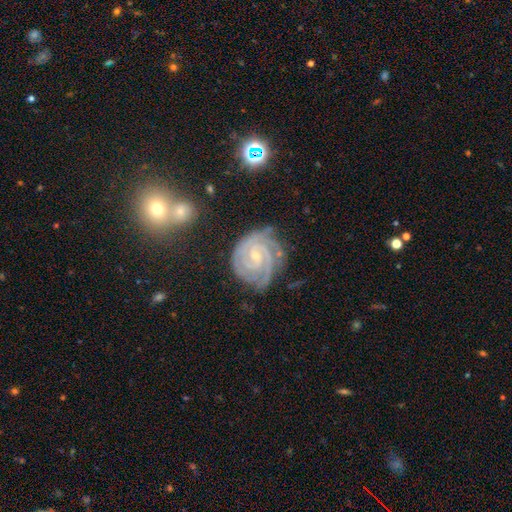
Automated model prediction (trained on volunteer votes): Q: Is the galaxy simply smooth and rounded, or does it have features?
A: featured or disk — 90%.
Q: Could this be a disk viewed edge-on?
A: no — 98%.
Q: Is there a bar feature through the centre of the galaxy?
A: no — 50%.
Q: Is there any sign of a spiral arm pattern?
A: yes — 98%.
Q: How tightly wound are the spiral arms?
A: tight — 82%.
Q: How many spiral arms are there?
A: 3 — 38%.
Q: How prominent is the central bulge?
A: small — 72%.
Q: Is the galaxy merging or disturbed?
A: none — 68%.